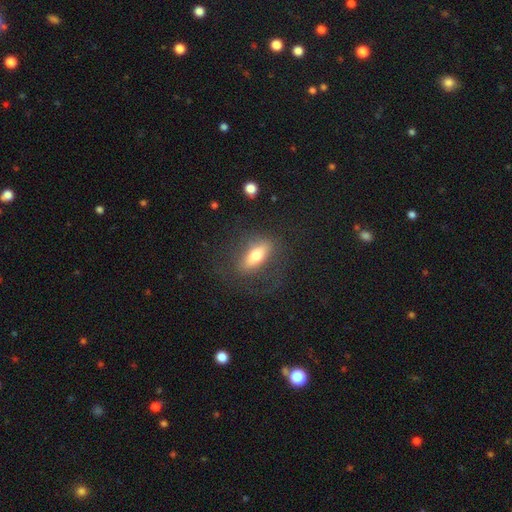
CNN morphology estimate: Smooth or featured: smooth — 59% (featured or disk — 33%)
How rounded: in between — 67% (cigar-shaped — 28%)
Merging: none — 71% (minor disturbance — 15%)